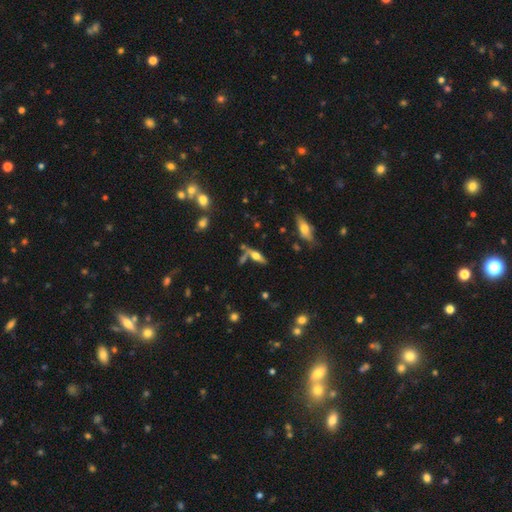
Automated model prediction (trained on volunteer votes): This is possibly a featured or disk galaxy (57%). It is clearly viewed edge-on (90%). Edge-on bulge: clearly rounded (93%). Merging: likely none (62%).